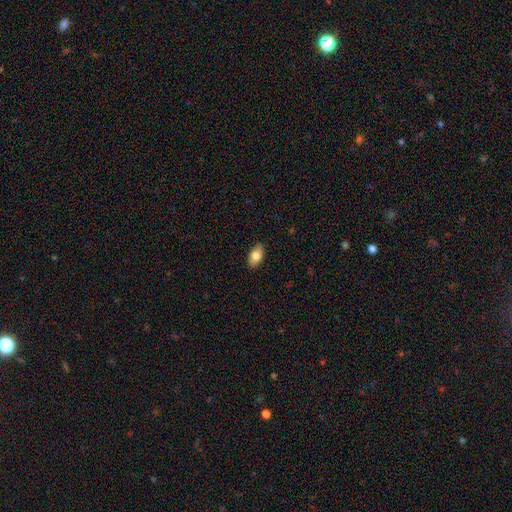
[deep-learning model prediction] A smooth galaxy with no disk features (80%) that is in between round and cigar-shaped (91%).

Vote fractions:
- Smooth or featured? smooth: 80% / featured or disk: 13% / star or artifact: 7%
- How rounded? in between: 91% / round: 5% / cigar-shaped: 4%
- Merging? none: 88% / minor disturbance: 9% / major disturbance: 2% / merger: 1%